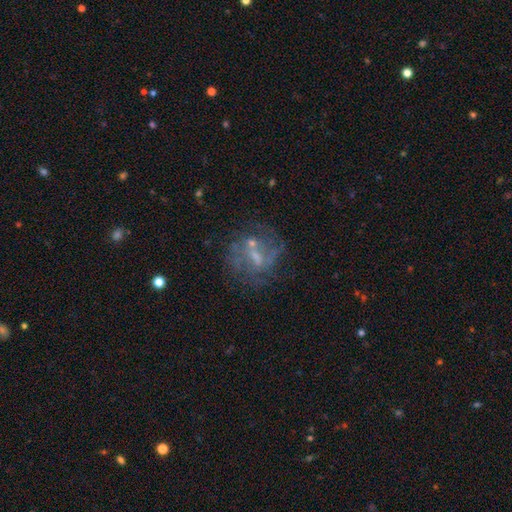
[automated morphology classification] Smooth or featured? featured or disk (65%)
Edge-on disk? no (96%)
Bar? weak (43%)
Spiral arms? no (52%)
Bulge size? small (38%)
Merging? none (54%)